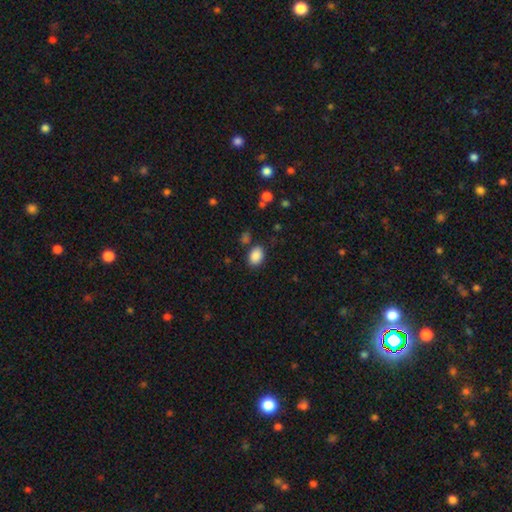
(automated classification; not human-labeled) Smooth or featured: smooth — 88% (star or artifact — 9%)
How rounded: in between — 77% (round — 22%)
Merging: none — 79% (minor disturbance — 13%)